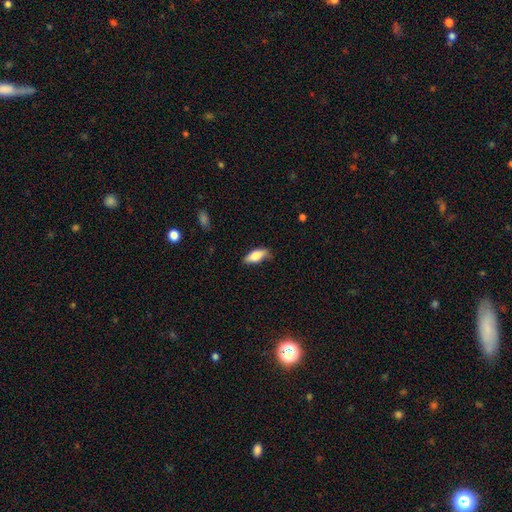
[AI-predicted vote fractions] smooth 74%, featured or disk 20%, star or artifact 6%. Down the decision tree: how rounded — in between (77%); merging — none (68%).